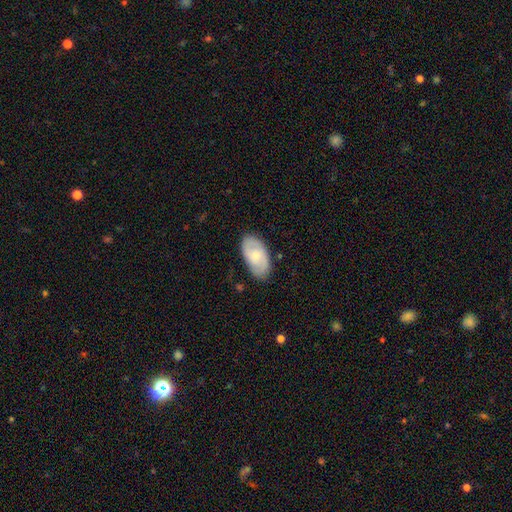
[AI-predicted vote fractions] Smooth or featured: featured or disk — 59% (smooth — 36%)
Edge-on disk: no — 95% (yes — 5%)
Bar: no — 65% (weak — 31%)
Spiral arms: yes — 86% (no — 14%)
Bulge size: small — 55% (moderate — 39%)
Merging: none — 80% (minor disturbance — 15%)